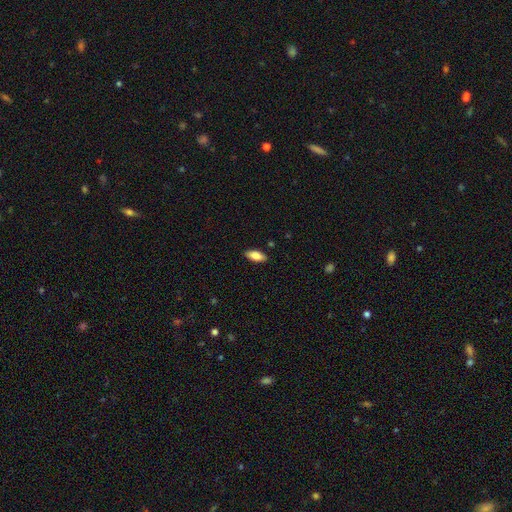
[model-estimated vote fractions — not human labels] This appears to be a smooth galaxy with no disk features (79%) that is in between round and cigar-shaped (86%). Merging: none (88%).